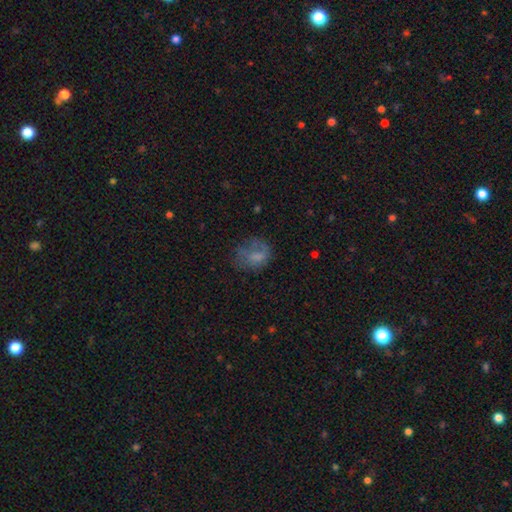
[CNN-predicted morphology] This is possibly a smooth galaxy (60%). How rounded: possibly in between (50%). Merging: marginally none (40%).